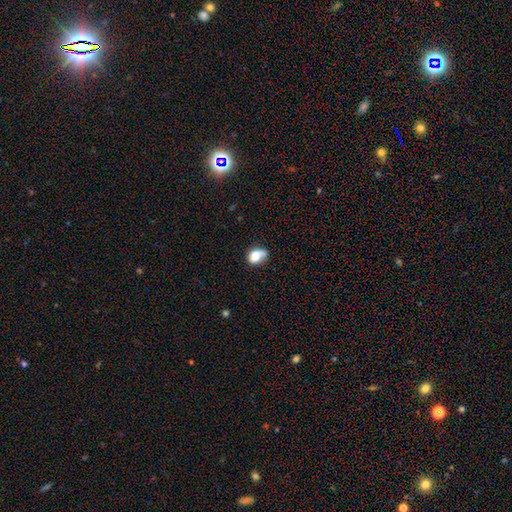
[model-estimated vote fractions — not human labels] A smooth galaxy with no disk features (77%) that is in between round and cigar-shaped (58%).

Vote fractions:
- Smooth or featured? smooth: 77% / featured or disk: 14% / star or artifact: 9%
- How rounded? in between: 58% / round: 41% / cigar-shaped: 1%
- Merging? none: 43% / minor disturbance: 32% / major disturbance: 13% / merger: 12%